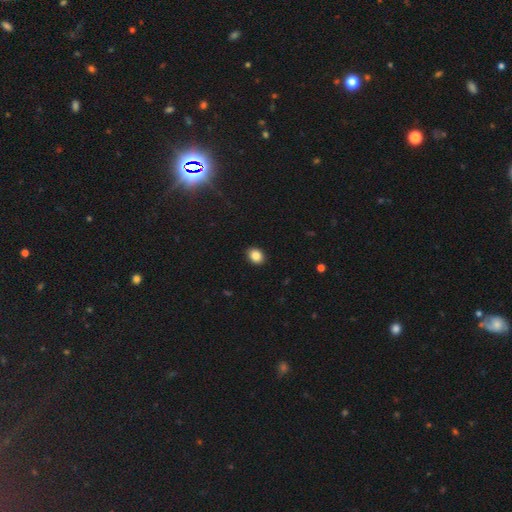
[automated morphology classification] Smooth or featured? smooth (86%)
How rounded? in between (57%)
Merging? none (90%)